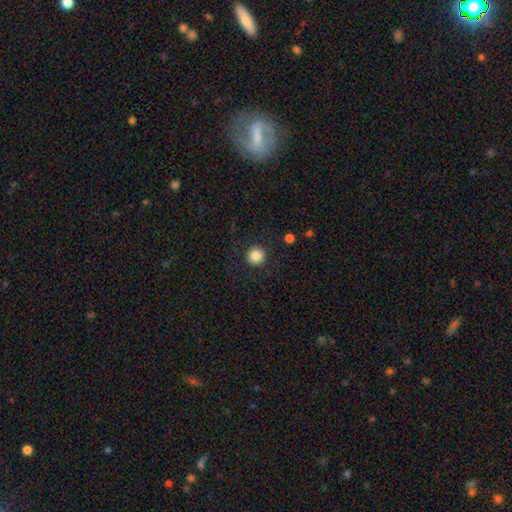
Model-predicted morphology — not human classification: This is clearly a smooth galaxy (85%). How rounded: clearly round (96%). Merging: clearly none (91%).